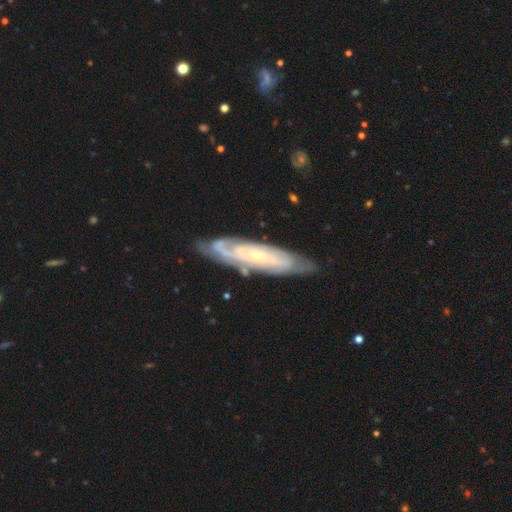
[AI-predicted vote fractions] smooth-or-featured: featured or disk: 78% | smooth: 16% | star or artifact: 6%
  disk-edge-on: no: 75% | yes: 25%
    bar: no: 71% | weak: 22% | strong: 8%
    has-spiral-arms: yes: 90% | no: 10%
      spiral-winding: tight: 73% | medium: 22% | loose: 5%
      spiral-arm-count: can't tell: 55% | 2: 19% | 3: 11% | 4: 7% | more than 4: 4% | 1: 4%
    bulge-size: small: 78% | moderate: 16% | none: 3% | large: 1% | dominant: 1%
  merging: none: 77% | minor disturbance: 17% | major disturbance: 4% | merger: 2%